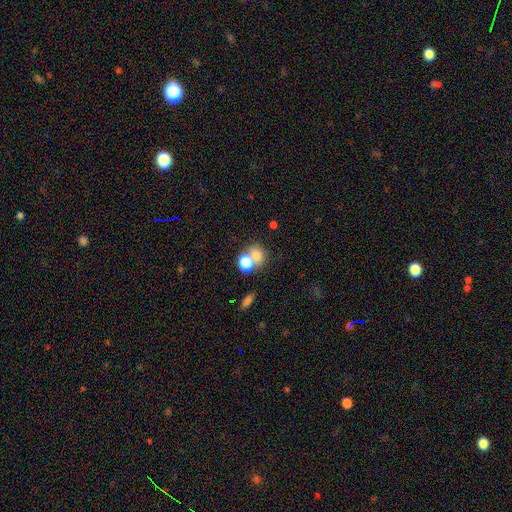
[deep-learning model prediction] smooth 75%, featured or disk 13%, star or artifact 12%. Down the decision tree: how rounded — in between (54%); merging — merger (53%).